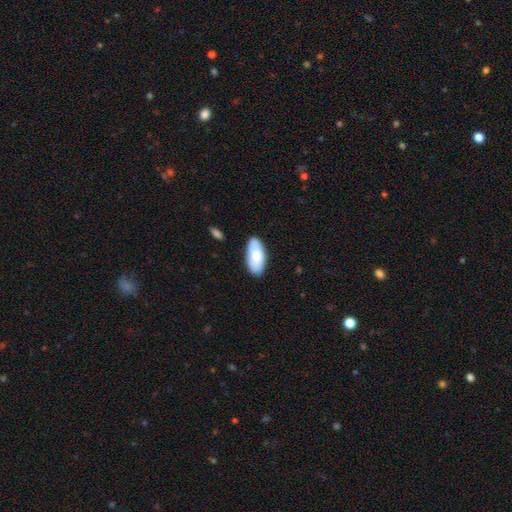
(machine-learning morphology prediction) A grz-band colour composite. It shows a smooth galaxy with no disk features (79%) that is in between round and cigar-shaped (89%). Merging: none (83%).